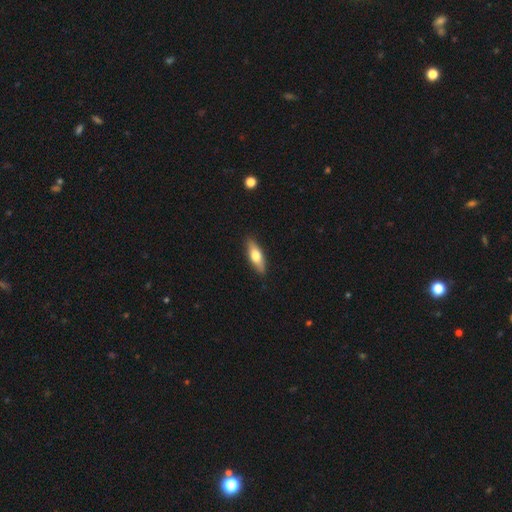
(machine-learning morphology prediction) smooth 62%, featured or disk 32%, star or artifact 6%. Down the decision tree: how rounded — in between (57%); merging — none (89%).